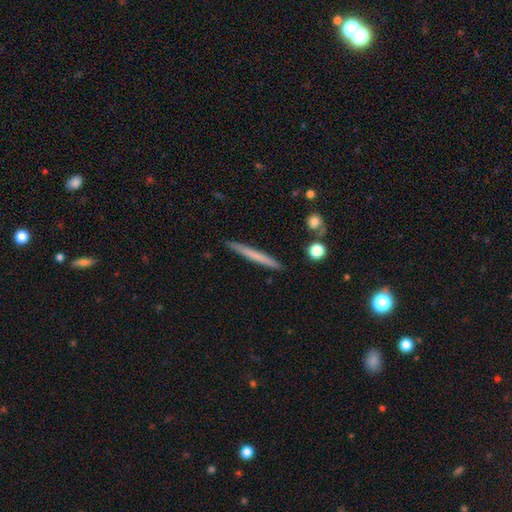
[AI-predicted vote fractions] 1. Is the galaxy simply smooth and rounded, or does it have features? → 60% smooth, 34% featured or disk, 6% star or artifact.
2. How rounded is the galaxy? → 97% cigar-shaped, 2% in between, 1% round.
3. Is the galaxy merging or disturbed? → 91% none, 6% minor disturbance, 2% merger, 1% major disturbance.